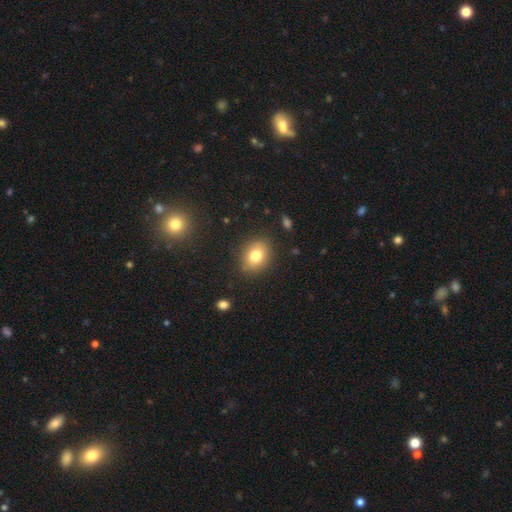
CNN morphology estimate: A smooth galaxy with no disk features (79%) that is in between round and cigar-shaped (51%).

Vote fractions:
- Smooth or featured? smooth: 79% / featured or disk: 11% / star or artifact: 10%
- How rounded? in between: 51% / round: 48% / cigar-shaped: 1%
- Merging? none: 86% / minor disturbance: 10% / major disturbance: 3% / merger: 1%